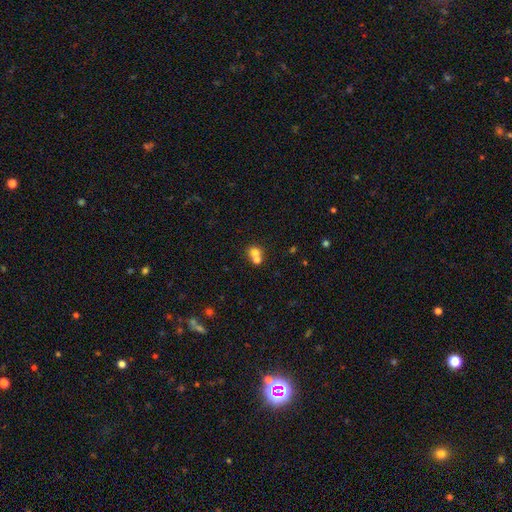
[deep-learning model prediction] Smooth or featured? Predicted: smooth (p=0.71). How rounded? Predicted: round (p=0.79). Merging? Predicted: merger (p=0.57).